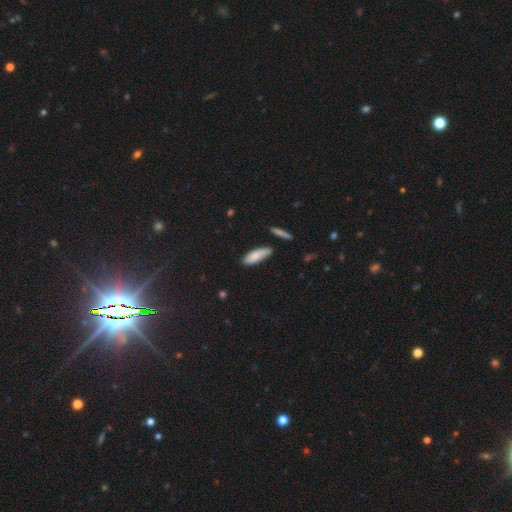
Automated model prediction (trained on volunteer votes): Q: Smooth or featured?
A: smooth (81%); runner-up: featured or disk (13%)
Q: How rounded?
A: in between (61%); runner-up: cigar-shaped (38%)
Q: Merging?
A: none (72%); runner-up: minor disturbance (20%)